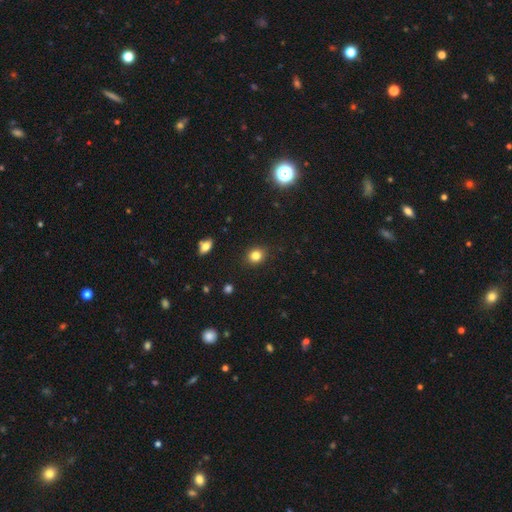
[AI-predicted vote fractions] Smooth or featured? smooth (82%)
How rounded? round (73%)
Merging? none (89%)